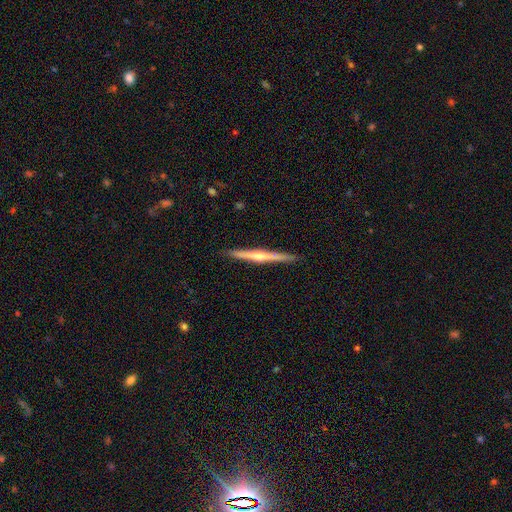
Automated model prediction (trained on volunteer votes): Smooth or featured: featured or disk — 73% (smooth — 22%)
Edge-on disk: yes — 98% (no — 2%)
Edge-on bulge: rounded — 79% (none — 16%)
Merging: none — 91% (minor disturbance — 7%)